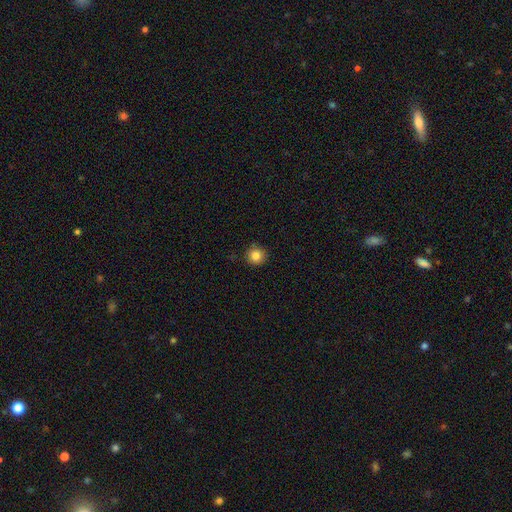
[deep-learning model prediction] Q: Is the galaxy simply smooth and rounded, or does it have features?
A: smooth — 83%.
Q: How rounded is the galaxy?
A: round — 93%.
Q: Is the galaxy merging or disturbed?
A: none — 89%.